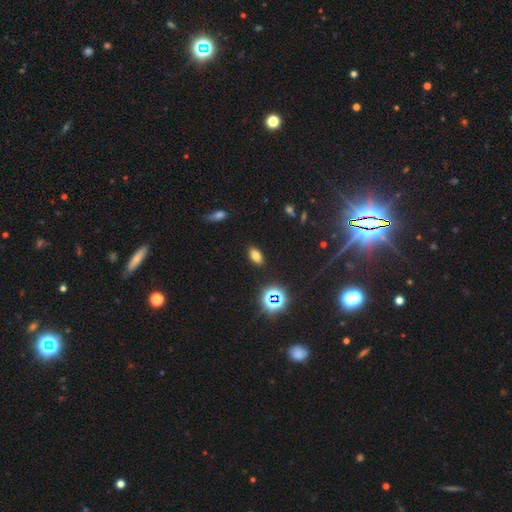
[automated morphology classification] This appears to be a smooth galaxy with no disk features (71%) that is in between round and cigar-shaped (88%). Merging: none (87%).